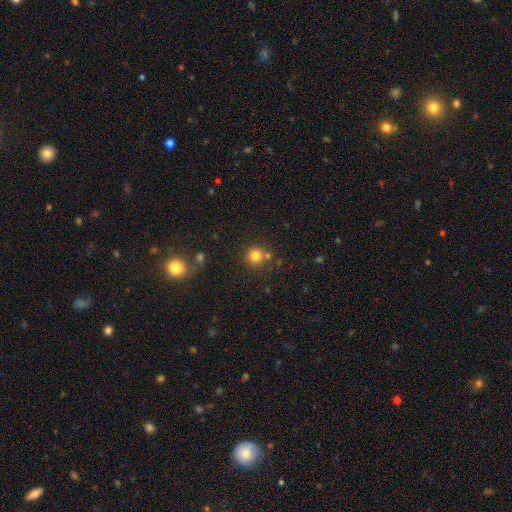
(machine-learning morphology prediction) Overall: smooth (81%). How rounded: round (92%). Merging: none (75%).